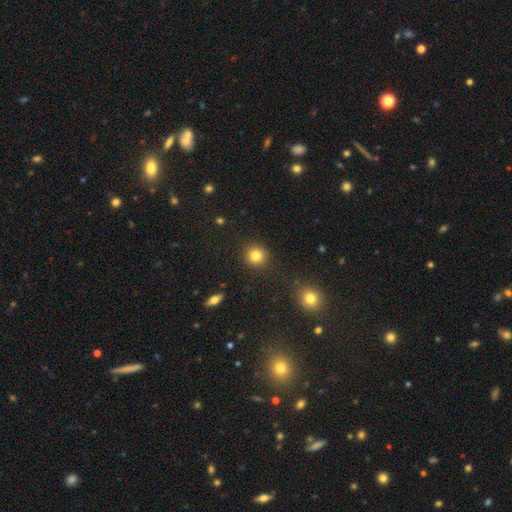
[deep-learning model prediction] Overall: smooth (83%). How rounded: round (91%). Merging: none (90%).